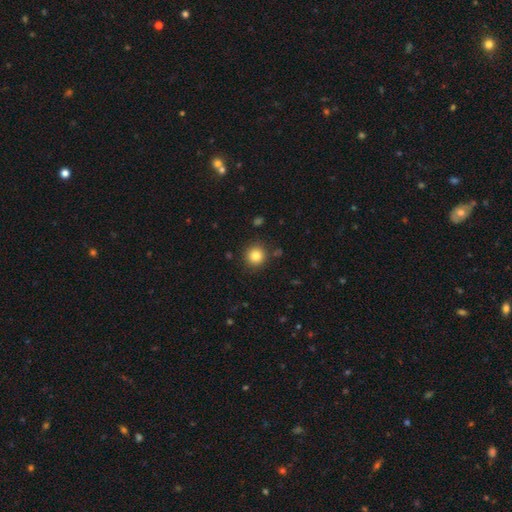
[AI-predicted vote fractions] smooth_or_featured: smooth (p=0.84) [alt: star or artifact p=0.11]
how_rounded: round (p=0.93) [alt: in between p=0.06]
merging: none (p=0.88) [alt: minor disturbance p=0.07]